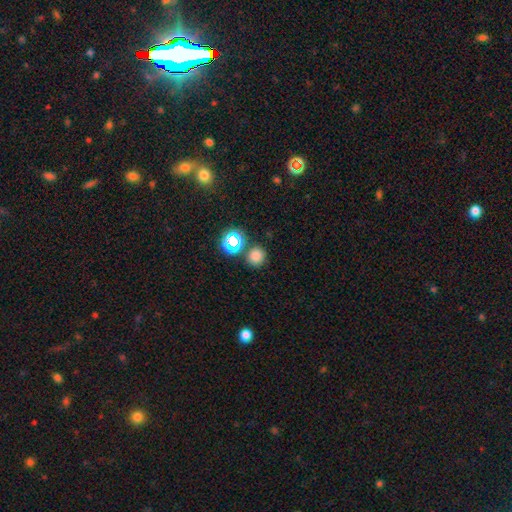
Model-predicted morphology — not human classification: This appears to be a smooth galaxy with no disk features (75%) that is round (91%). Merging: none (81%).